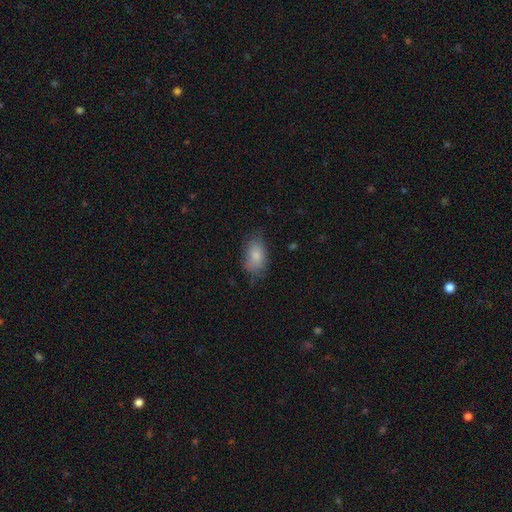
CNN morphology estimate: The model was most divided on "merging": none: 67%, minor disturbance: 25%, major disturbance: 7%, merger: 1%. More confident: how rounded — in between (91%); smooth or featured — smooth (84%).